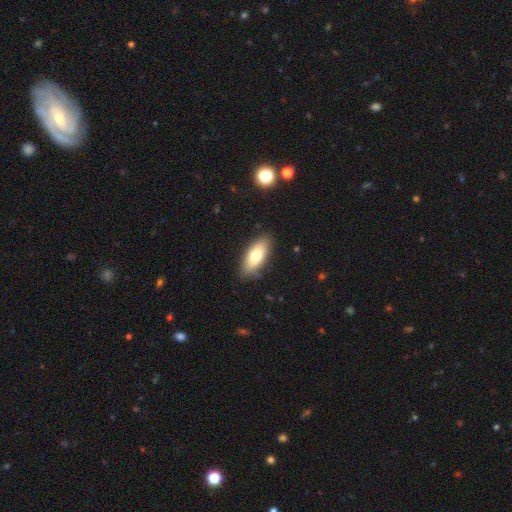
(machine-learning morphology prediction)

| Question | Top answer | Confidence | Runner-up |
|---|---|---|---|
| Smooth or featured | smooth | 73% | featured or disk (21%) |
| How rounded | in between | 82% | cigar-shaped (15%) |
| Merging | none | 86% | minor disturbance (11%) |